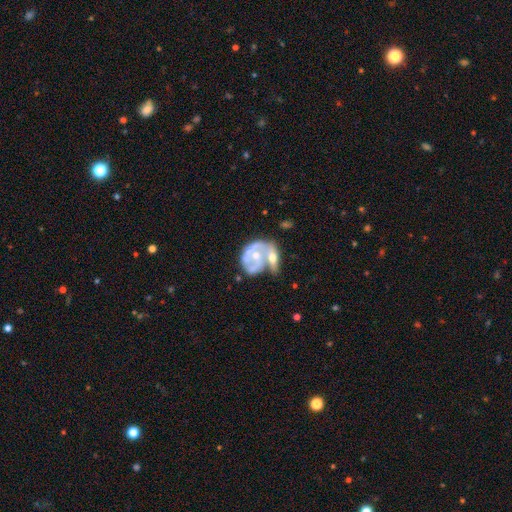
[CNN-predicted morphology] This is likely a featured or disk galaxy (76%). It is clearly not viewed edge-on (97%). Bar: likely no (72%). Spiral arm pattern: likely yes (73%). Spiral arm count: possibly 2 (47%). Spiral winding: marginally medium (41%). Central bulge: possibly moderate (51%). Merging: possibly merger (56%).